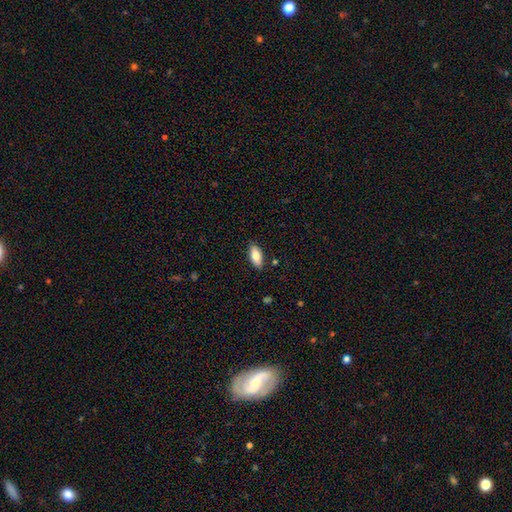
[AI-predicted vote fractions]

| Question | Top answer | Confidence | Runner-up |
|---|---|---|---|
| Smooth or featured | smooth | 80% | featured or disk (14%) |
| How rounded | in between | 83% | cigar-shaped (15%) |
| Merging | none | 87% | minor disturbance (10%) |